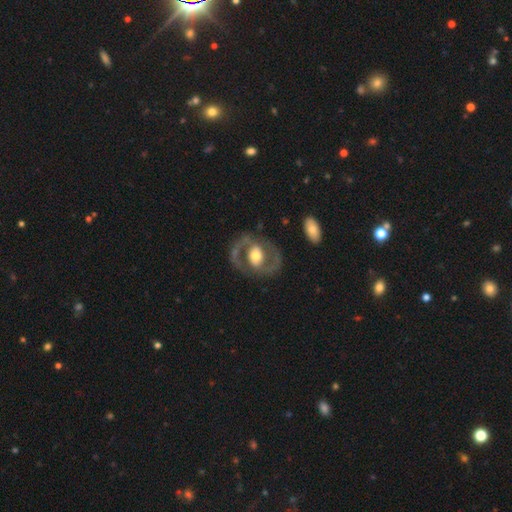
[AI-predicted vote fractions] Smooth or featured?
  - featured or disk: 75% *
  - smooth: 20%
  - star or artifact: 5%
Edge-on disk?
  - no: 96% *
  - yes: 4%
Bar?
  - no: 46% *
  - weak: 33%
  - strong: 21%
Spiral arms?
  - yes: 67% *
  - no: 33%
Bulge size?
  - moderate: 60% *
  - large: 27%
  - small: 10%
  - dominant: 2%
  - none: 1%
Merging?
  - none: 75% *
  - minor disturbance: 12%
  - major disturbance: 11%
  - merger: 2%